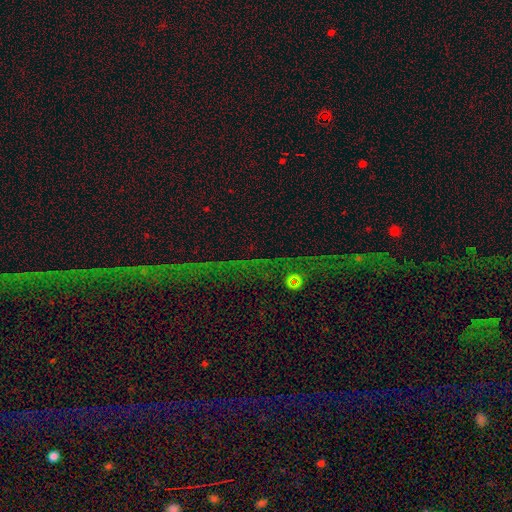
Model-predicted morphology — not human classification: Smooth or featured? Predicted: star or artifact (p=0.82).